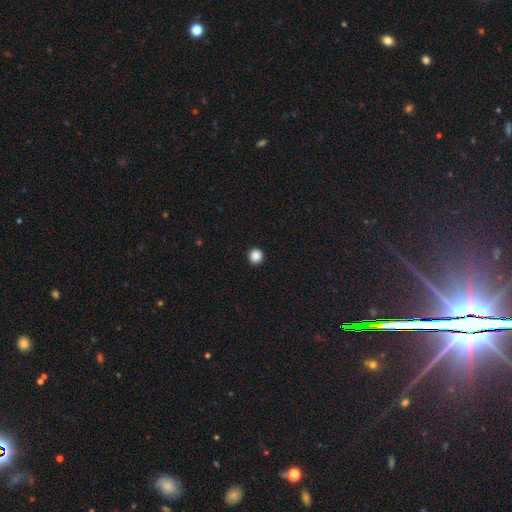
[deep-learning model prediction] Smooth or featured? smooth (88%)
How rounded? round (96%)
Merging? none (94%)